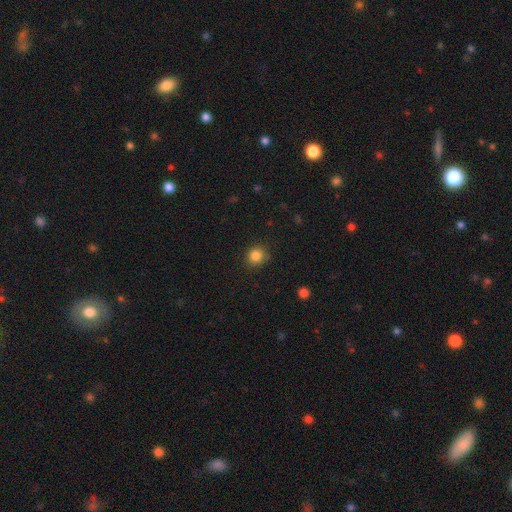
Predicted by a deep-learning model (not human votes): smooth_or_featured: smooth (p=0.85) [alt: star or artifact p=0.11]
how_rounded: round (p=0.88) [alt: in between p=0.11]
merging: none (p=0.86) [alt: minor disturbance p=0.11]